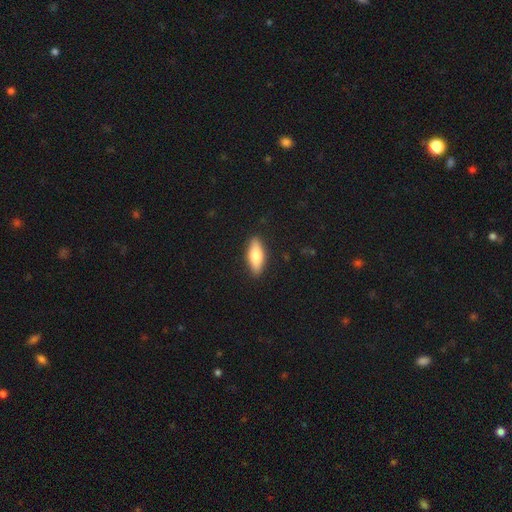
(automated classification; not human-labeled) A smooth galaxy with no disk features (73%) that is in between round and cigar-shaped (68%).

Vote fractions:
- Smooth or featured? smooth: 73% / featured or disk: 21% / star or artifact: 6%
- How rounded? in between: 68% / cigar-shaped: 30% / round: 2%
- Merging? none: 89% / minor disturbance: 8% / major disturbance: 2% / merger: 1%